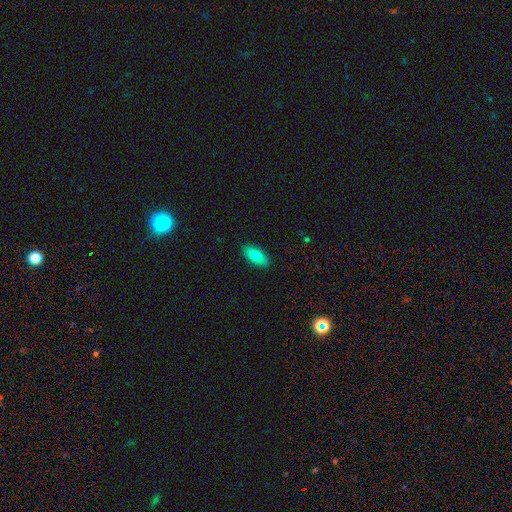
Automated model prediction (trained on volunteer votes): smooth_or_featured: smooth (p=0.78) [alt: featured or disk p=0.15]
how_rounded: in between (p=0.85) [alt: cigar-shaped p=0.12]
merging: none (p=0.90) [alt: minor disturbance p=0.08]